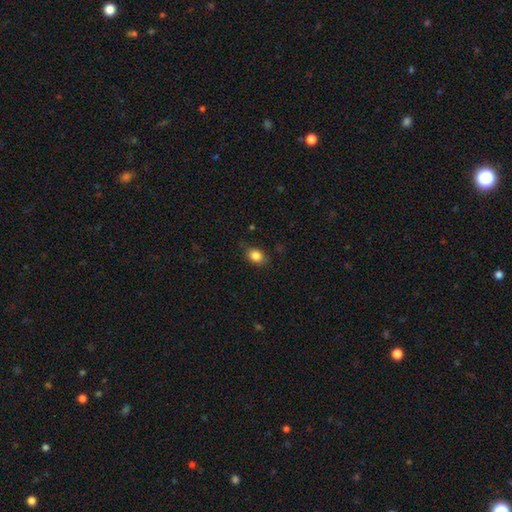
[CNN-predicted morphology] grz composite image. It shows a smooth galaxy with no disk features (83%) that is in between round and cigar-shaped (59%). Merging: none (77%).